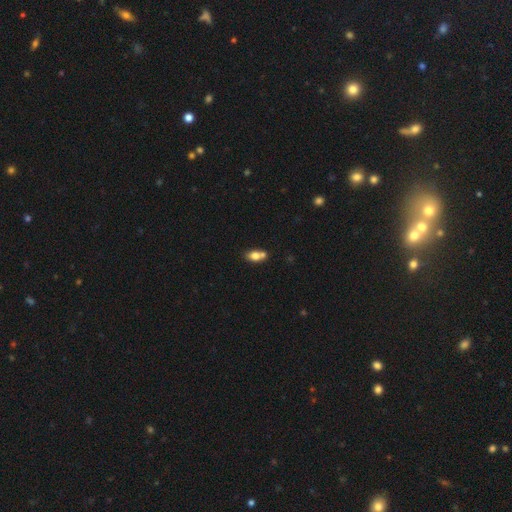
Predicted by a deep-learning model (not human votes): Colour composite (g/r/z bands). It shows a smooth galaxy with no disk features (75%) that is in between round and cigar-shaped (78%). Merging: none (43%).